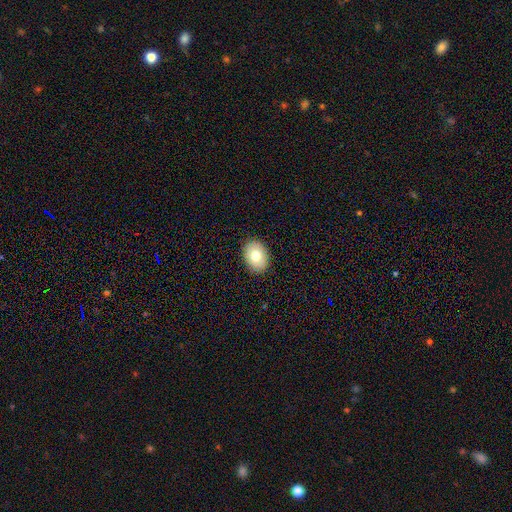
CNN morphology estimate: The model was most divided on "how rounded": in between: 71%, round: 29%, cigar-shaped: 1%. More confident: merging — none (89%); smooth or featured — smooth (73%).